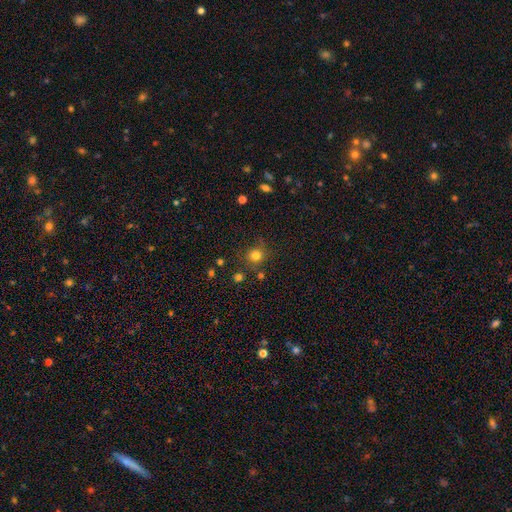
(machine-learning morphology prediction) This appears to be a smooth galaxy with no disk features (79%) that is round (90%). Merging: none (78%).